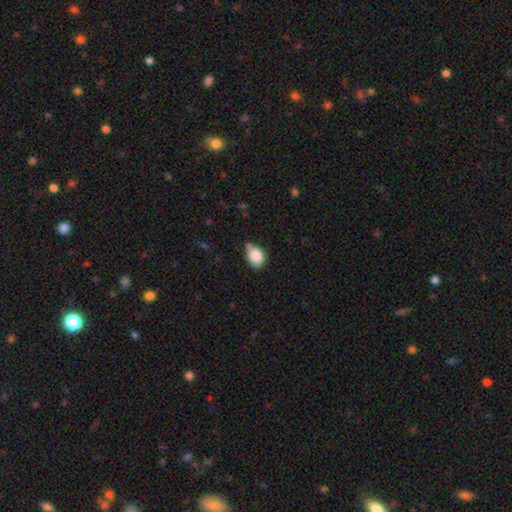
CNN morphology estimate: Overall: smooth (87%). How rounded: in between (61%; round 37%). Merging: none (53%; minor disturbance 33%).